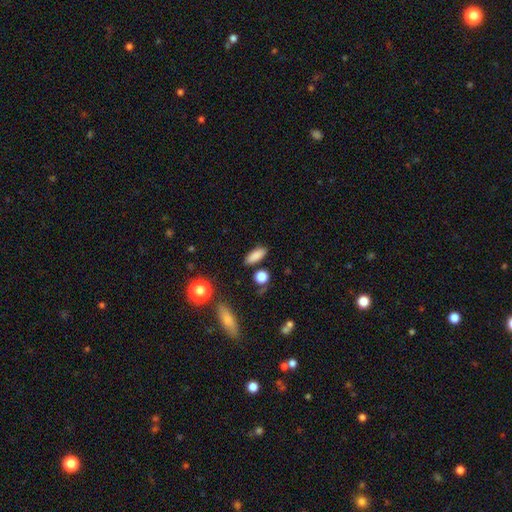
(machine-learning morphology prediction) This is clearly a smooth galaxy (85%). How rounded: likely in between (72%). Merging: clearly none (85%).